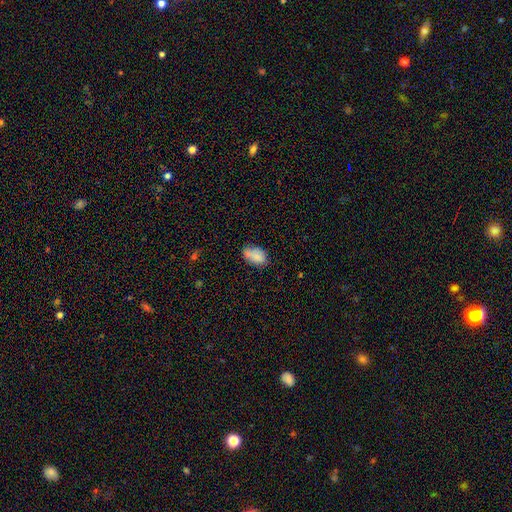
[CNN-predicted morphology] A smooth galaxy with no disk features (81%) that is in between round and cigar-shaped (88%). Merging: none (51%).